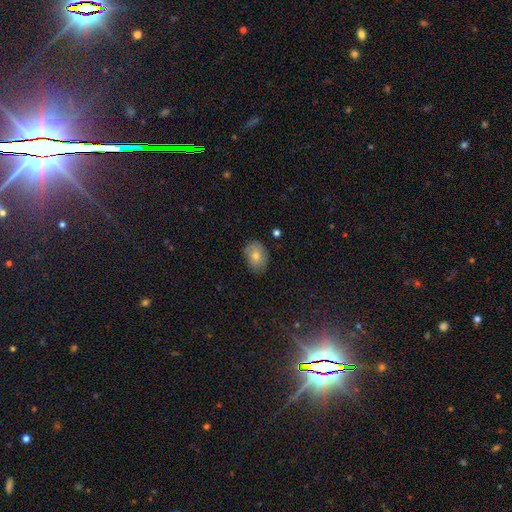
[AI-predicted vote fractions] Smooth or featured? Predicted: smooth (p=0.64). How rounded? Predicted: in between (p=0.72). Merging? Predicted: none (p=0.80).